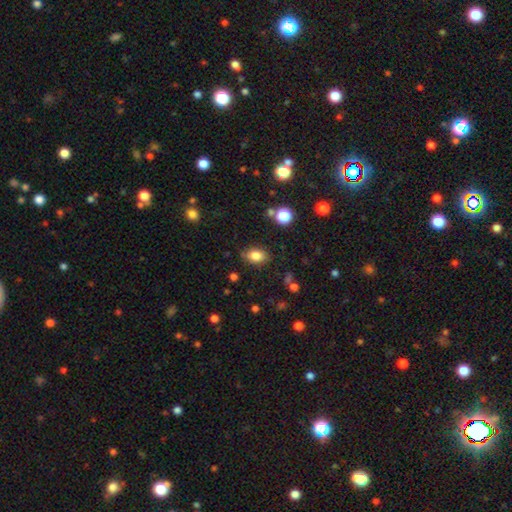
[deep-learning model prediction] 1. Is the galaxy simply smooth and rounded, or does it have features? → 82% smooth, 10% star or artifact, 8% featured or disk.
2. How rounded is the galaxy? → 83% in between, 15% round, 2% cigar-shaped.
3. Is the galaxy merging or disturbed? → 82% none, 13% minor disturbance, 3% major disturbance, 2% merger.